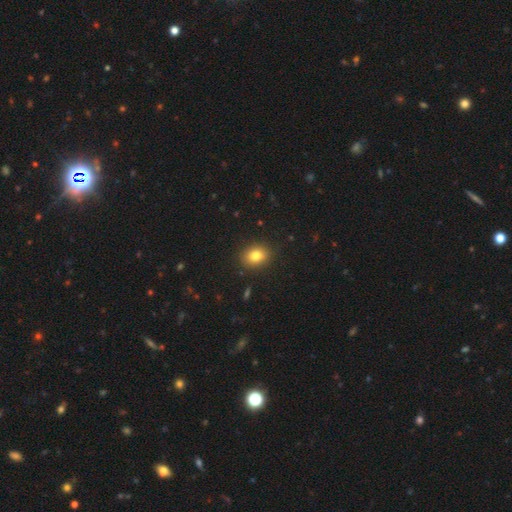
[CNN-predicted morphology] type=smooth (81%); roundness=in between (54%); merging=none (89%).